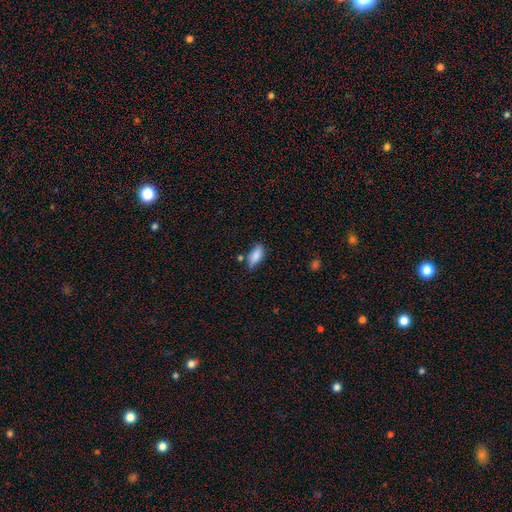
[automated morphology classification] The model was most divided on "merging": none: 70%, minor disturbance: 20%, merger: 6%, major disturbance: 4%. More confident: smooth or featured — smooth (84%); how rounded — in between (81%).